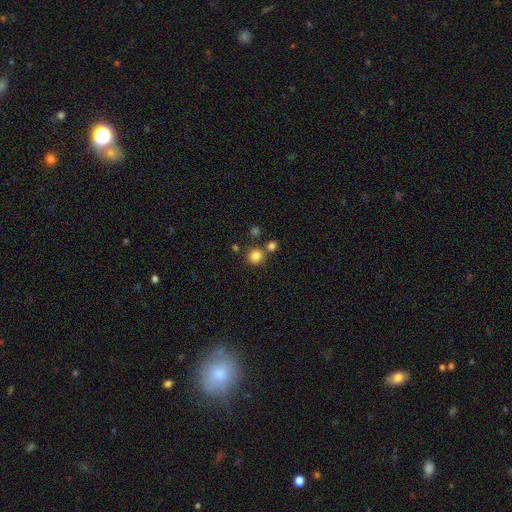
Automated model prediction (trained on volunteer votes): The model was most divided on "merging": none: 75%, merger: 14%, minor disturbance: 8%, major disturbance: 3%. More confident: how rounded — round (90%); smooth or featured — smooth (83%).